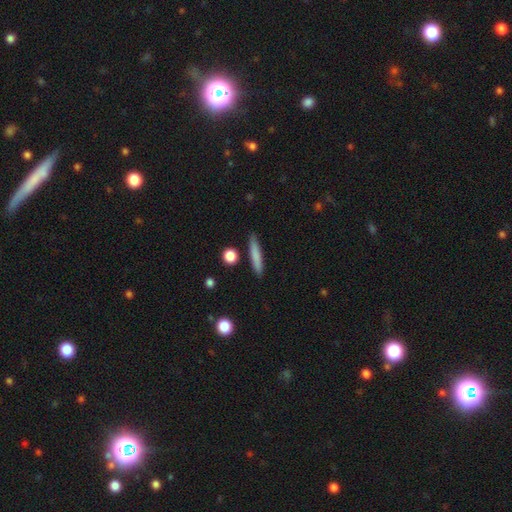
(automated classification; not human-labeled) smooth-or-featured: smooth: 77% | featured or disk: 16% | star or artifact: 7%
  how-rounded: cigar-shaped: 91% | in between: 7% | round: 2%
  merging: none: 86% | minor disturbance: 9% | merger: 3% | major disturbance: 2%